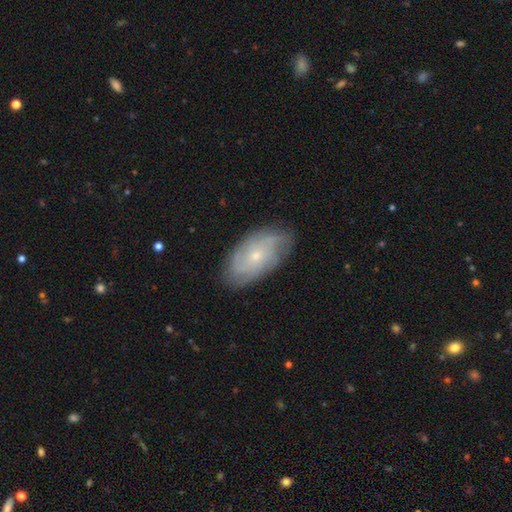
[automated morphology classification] smooth_or_featured: featured or disk (p=0.67) [alt: smooth p=0.26]
disk_edge_on: no (p=0.93) [alt: yes p=0.07]
bar: no (p=0.76) [alt: weak p=0.21]
has_spiral_arms: yes (p=0.87) [alt: no p=0.13]
spiral_winding: tight (p=0.53) [alt: medium p=0.34]
spiral_arm_count: can't tell (p=0.45) [alt: 2 p=0.22]
bulge_size: small (p=0.68) [alt: moderate p=0.28]
merging: none (p=0.79) [alt: minor disturbance p=0.16]